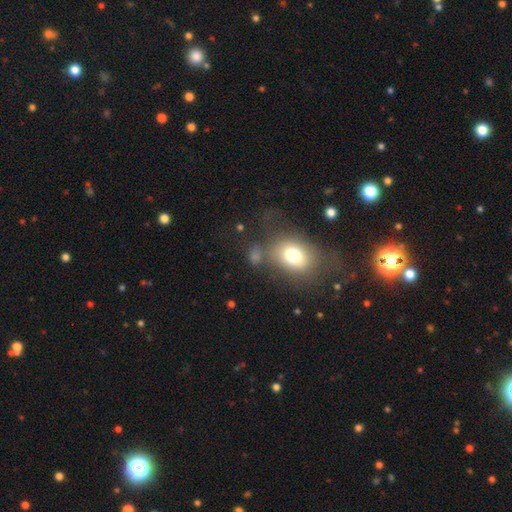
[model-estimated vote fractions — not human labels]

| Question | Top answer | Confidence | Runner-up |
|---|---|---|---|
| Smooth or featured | smooth | 67% | featured or disk (17%) |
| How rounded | in between | 56% | round (42%) |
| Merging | none | 54% | minor disturbance (20%) |